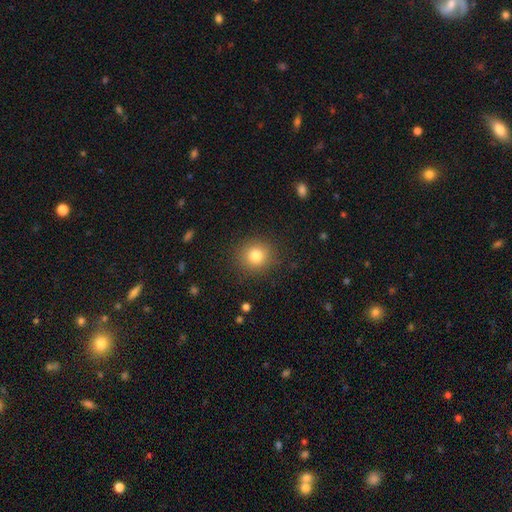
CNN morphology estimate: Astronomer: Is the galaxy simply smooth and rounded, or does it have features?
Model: smooth — 80%.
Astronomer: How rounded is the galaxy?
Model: round — 87%.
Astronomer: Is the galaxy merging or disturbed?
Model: none — 89%.